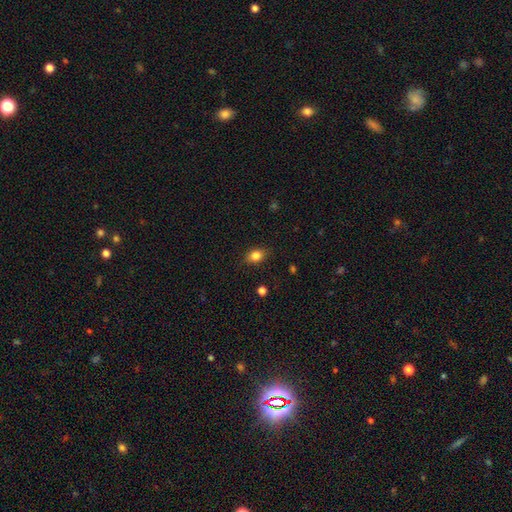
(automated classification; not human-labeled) Smooth or featured? smooth (82%)
How rounded? in between (71%)
Merging? none (84%)